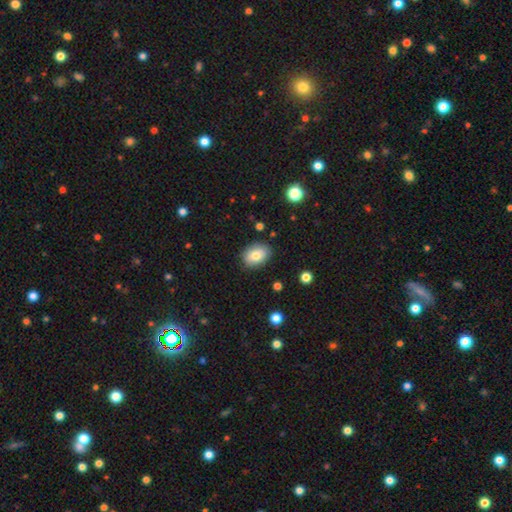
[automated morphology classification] Smooth or featured? Predicted: smooth (p=0.79). How rounded? Predicted: in between (p=0.76). Merging? Predicted: none (p=0.84).